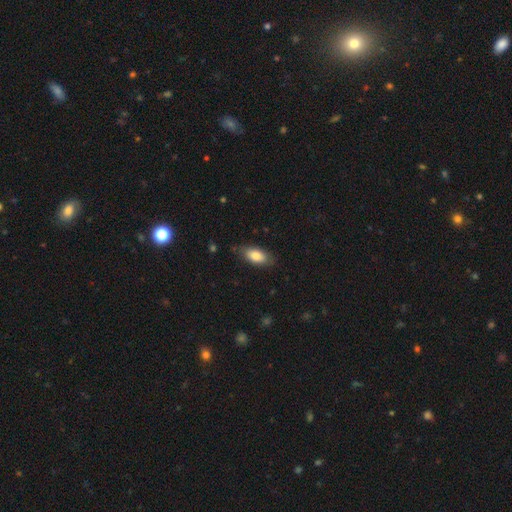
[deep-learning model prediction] Morphology: type=smooth (81%); roundness=in between (89%); merging=none (79%).